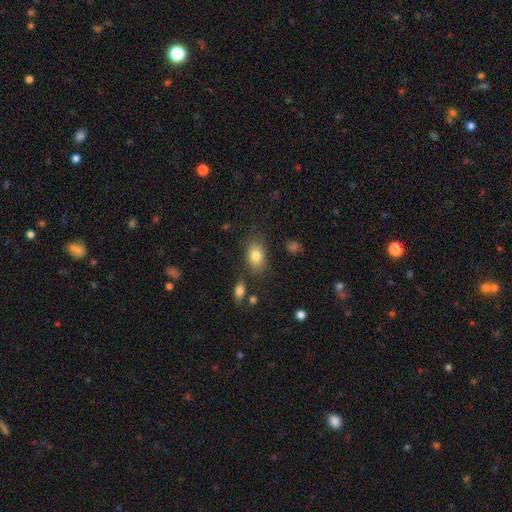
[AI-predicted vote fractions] This is clearly a smooth galaxy (82%). How rounded: clearly in between (85%). Merging: likely none (78%).